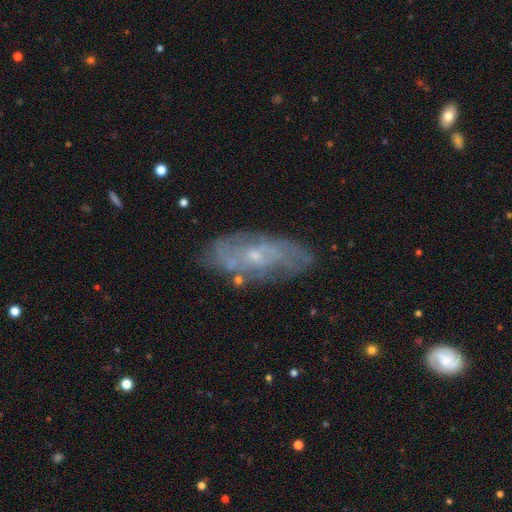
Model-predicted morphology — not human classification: Smooth or featured?
  - featured or disk: 72% *
  - smooth: 20%
  - star or artifact: 8%
Edge-on disk?
  - no: 89% *
  - yes: 11%
Bar?
  - no: 69% *
  - weak: 27%
  - strong: 5%
Spiral arms?
  - yes: 77% *
  - no: 23%
Bulge size?
  - small: 76% *
  - moderate: 18%
  - none: 4%
  - large: 1%
  - dominant: 1%
Merging?
  - none: 75% *
  - minor disturbance: 17%
  - major disturbance: 5%
  - merger: 3%